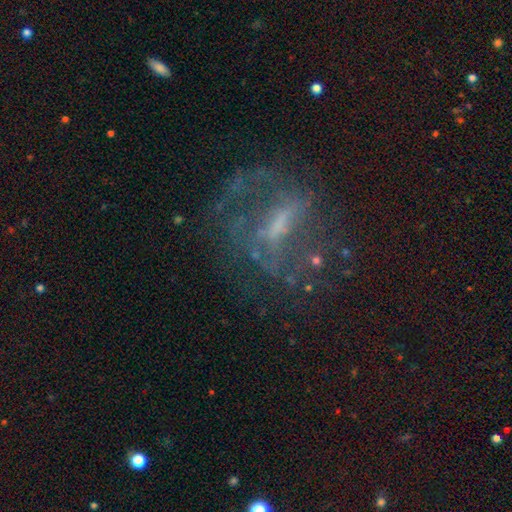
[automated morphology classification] smooth-or-featured: featured or disk: 68% | star or artifact: 18% | smooth: 14%
  disk-edge-on: no: 92% | yes: 8%
    bar: weak: 43% | strong: 32% | no: 25%
    has-spiral-arms: yes: 64% | no: 36%
    bulge-size: small: 40% | moderate: 30% | none: 25% | large: 4% | dominant: 1%
  merging: none: 56% | major disturbance: 24% | minor disturbance: 17% | merger: 3%